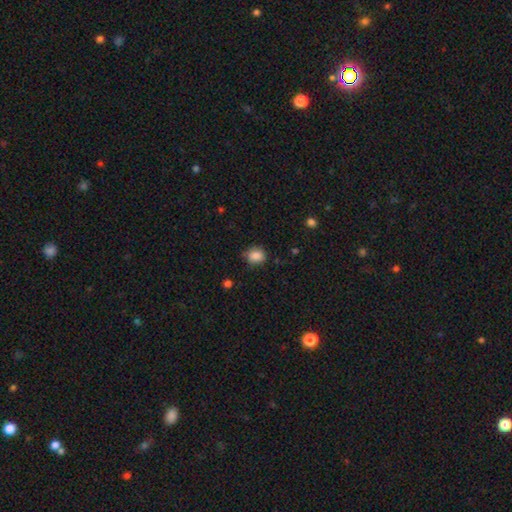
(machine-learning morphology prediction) Smooth or featured?
  - smooth: 85% *
  - star or artifact: 10%
  - featured or disk: 5%
How rounded?
  - round: 62% *
  - in between: 37%
  - cigar-shaped: 1%
Merging?
  - none: 70% *
  - minor disturbance: 24%
  - major disturbance: 4%
  - merger: 2%